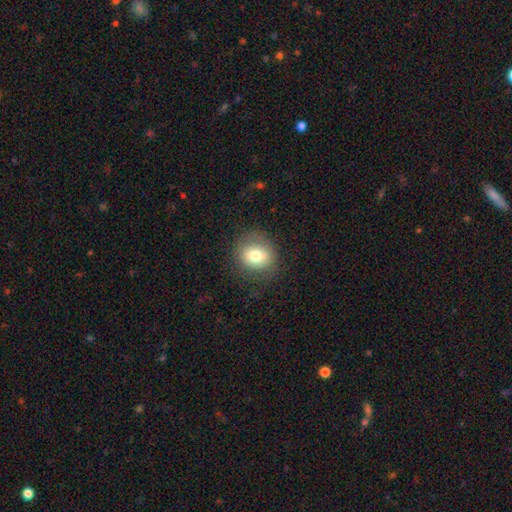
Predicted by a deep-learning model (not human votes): Smooth or featured?
  - smooth: 75% *
  - featured or disk: 15%
  - star or artifact: 10%
How rounded?
  - round: 74% *
  - in between: 25%
  - cigar-shaped: 1%
Merging?
  - none: 80% *
  - minor disturbance: 13%
  - major disturbance: 6%
  - merger: 1%